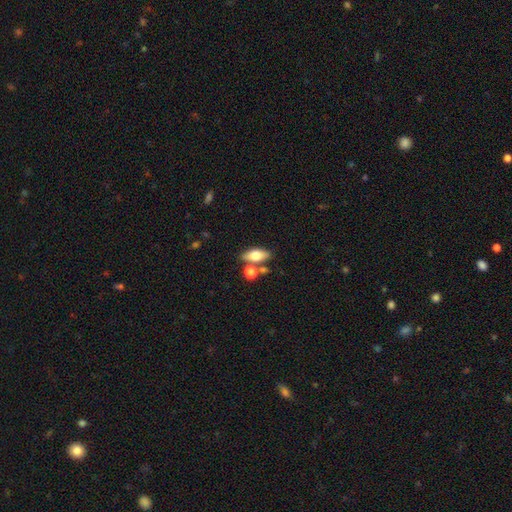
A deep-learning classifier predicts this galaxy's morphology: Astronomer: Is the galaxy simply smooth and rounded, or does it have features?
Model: smooth — 69%.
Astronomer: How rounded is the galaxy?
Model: in between — 79%.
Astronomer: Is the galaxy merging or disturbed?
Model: none — 68%.